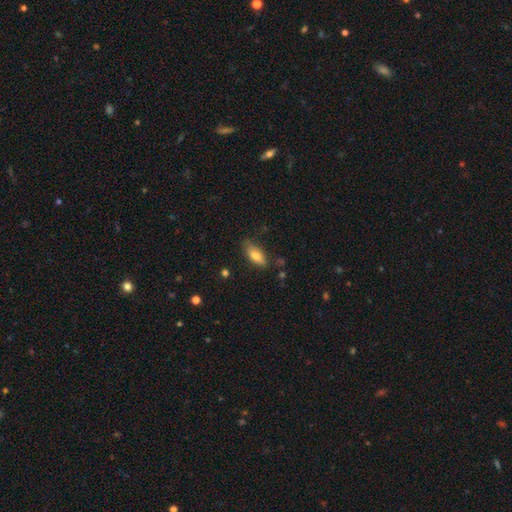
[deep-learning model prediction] smooth 78%, featured or disk 15%, star or artifact 7%. Down the decision tree: how rounded — in between (79%); merging — none (74%).